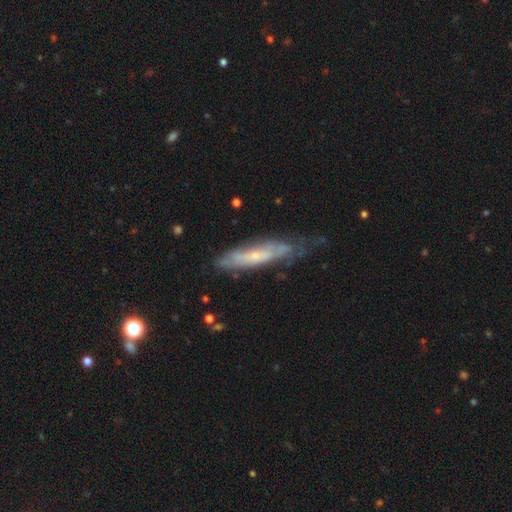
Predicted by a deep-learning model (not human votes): Smooth or featured? featured or disk (63%)
Edge-on disk? no (57%)
Merging? none (55%)